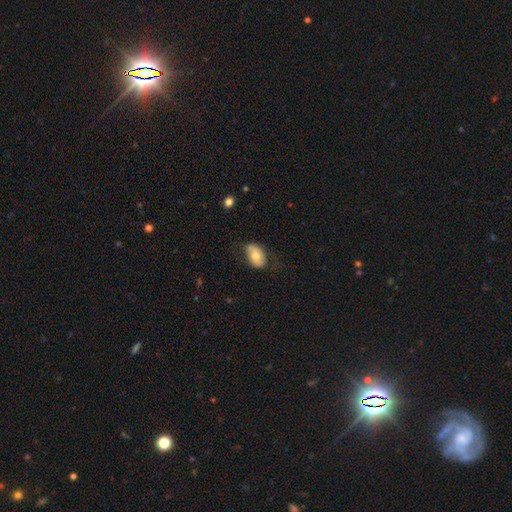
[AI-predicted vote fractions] Smooth or featured: smooth — 66% (featured or disk — 28%)
How rounded: in between — 91% (round — 8%)
Merging: none — 68% (minor disturbance — 23%)